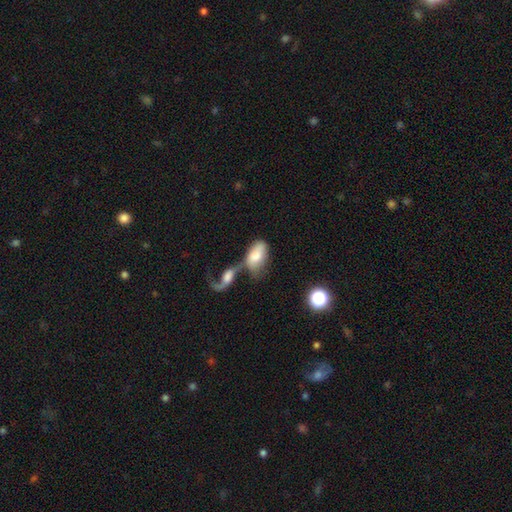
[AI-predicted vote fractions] Smooth or featured: smooth — 65% (featured or disk — 28%)
How rounded: in between — 92% (round — 4%)
Merging: merger — 59% (none — 18%)